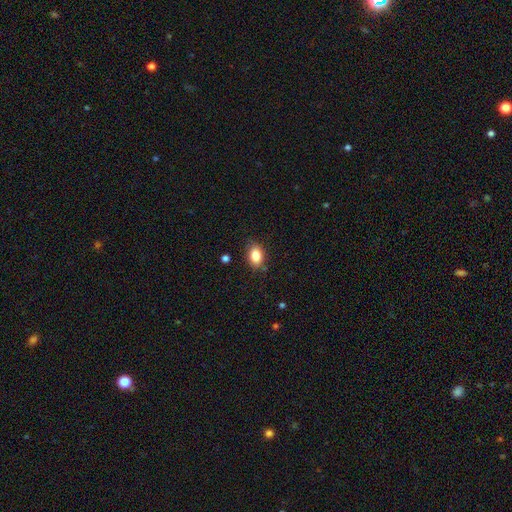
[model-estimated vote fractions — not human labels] A smooth galaxy with no disk features (86%) that is in between round and cigar-shaped (81%). Merging: none (82%).